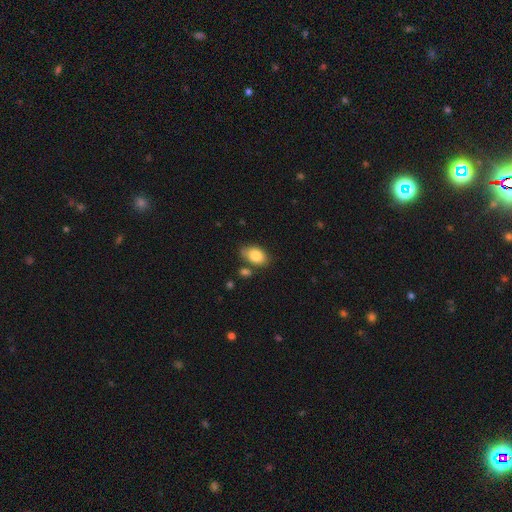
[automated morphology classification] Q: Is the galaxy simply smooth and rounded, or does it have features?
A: smooth — 83%.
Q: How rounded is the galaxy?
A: in between — 87%.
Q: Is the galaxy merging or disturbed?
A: none — 70%.